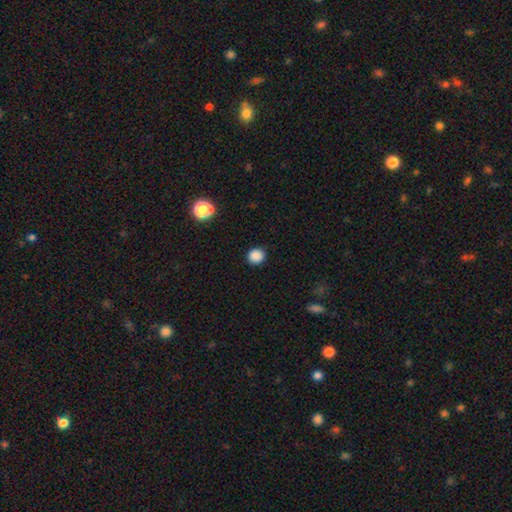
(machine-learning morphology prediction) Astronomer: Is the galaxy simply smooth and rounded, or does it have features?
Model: smooth — 87%.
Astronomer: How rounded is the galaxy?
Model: round — 86%.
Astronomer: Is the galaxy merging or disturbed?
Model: none — 90%.